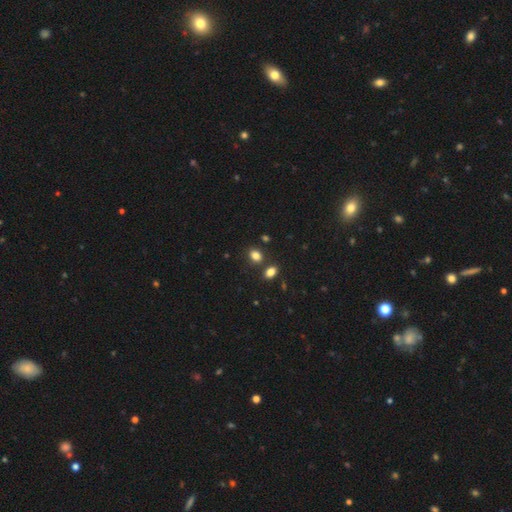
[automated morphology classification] A smooth galaxy with no disk features (83%) that is in between round and cigar-shaped (67%). Merging: none (74%).